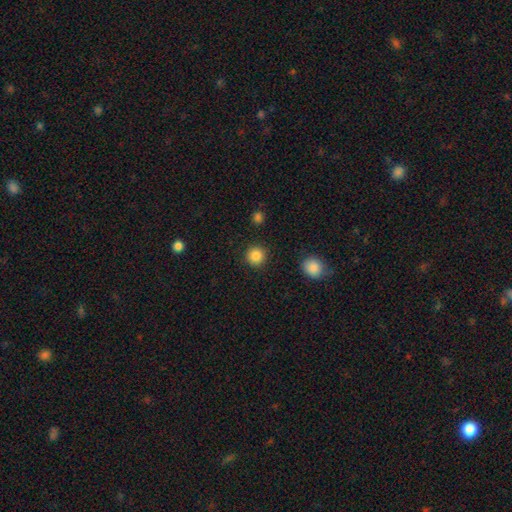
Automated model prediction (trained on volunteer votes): Overall: smooth (87%). How rounded: round (94%). Merging: none (91%).